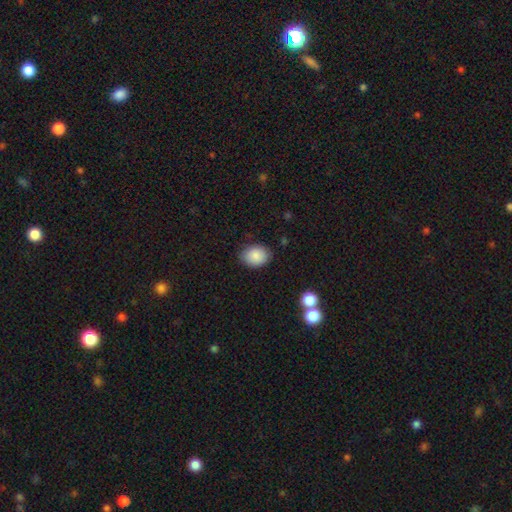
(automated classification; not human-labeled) Morphology: type=smooth (87%); roundness=in between (58%); merging=none (82%).